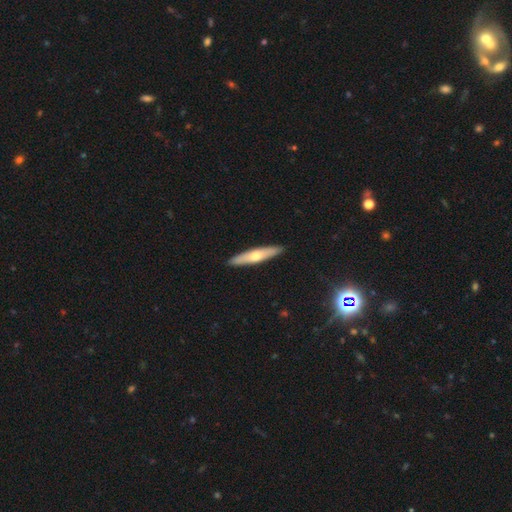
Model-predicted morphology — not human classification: Smooth or featured? Predicted: smooth (p=0.51). How rounded? Predicted: cigar-shaped (p=0.85). Merging? Predicted: none (p=0.91).